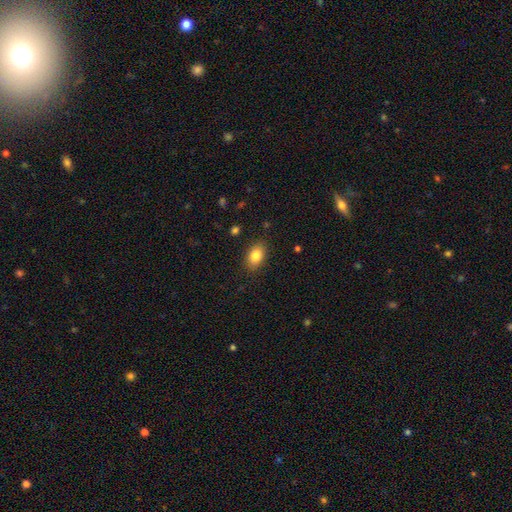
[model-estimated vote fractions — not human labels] The model was most divided on "how rounded": in between: 86%, round: 12%, cigar-shaped: 2%. More confident: merging — none (87%); smooth or featured — smooth (84%).